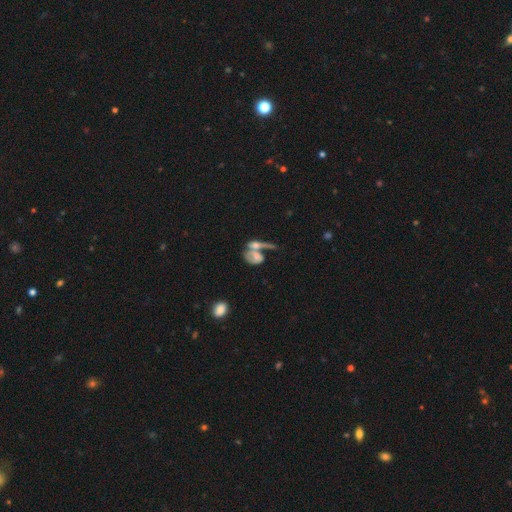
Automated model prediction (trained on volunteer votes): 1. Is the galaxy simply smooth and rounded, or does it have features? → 48% smooth, 43% featured or disk, 9% star or artifact.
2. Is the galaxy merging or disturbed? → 56% merger, 22% none, 13% major disturbance, 9% minor disturbance.